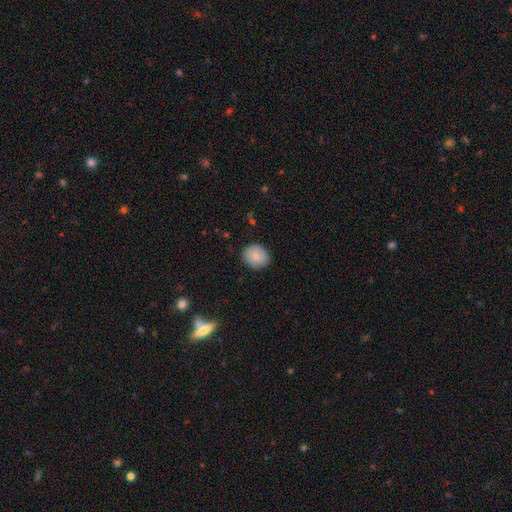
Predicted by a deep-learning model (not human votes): A smooth galaxy with no disk features (81%) that is round (73%).

Vote fractions:
- Smooth or featured? smooth: 81% / featured or disk: 11% / star or artifact: 8%
- How rounded? round: 73% / in between: 26% / cigar-shaped: 1%
- Merging? none: 85% / minor disturbance: 11% / major disturbance: 2% / merger: 1%